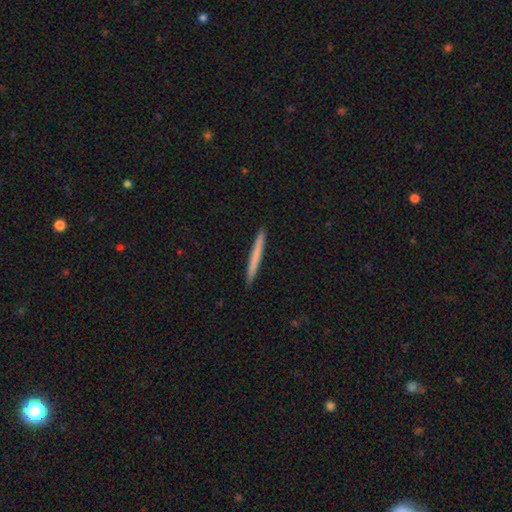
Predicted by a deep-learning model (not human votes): Overall: smooth (67%; featured or disk 28%). How rounded: cigar-shaped (97%). Merging: none (93%).